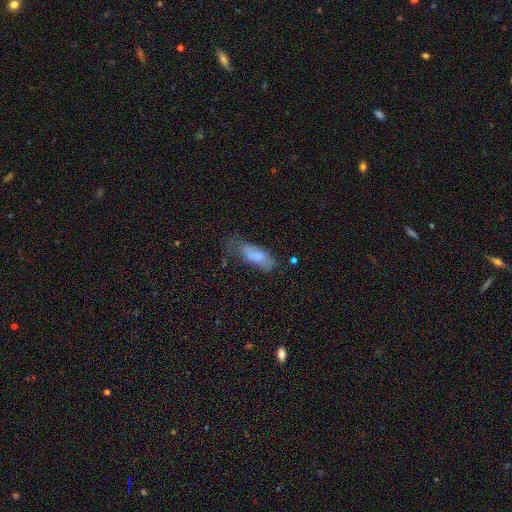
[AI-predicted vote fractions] This is likely a smooth galaxy (74%). How rounded: likely in between (75%). Merging: marginally none (36%).